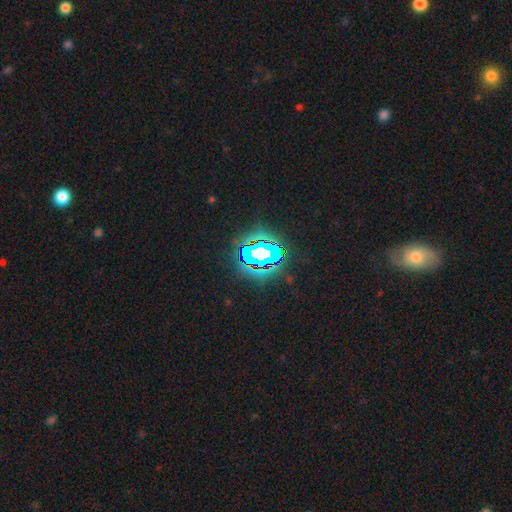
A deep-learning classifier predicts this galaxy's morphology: smooth-or-featured: star or artifact: 80% | smooth: 13% | featured or disk: 7%